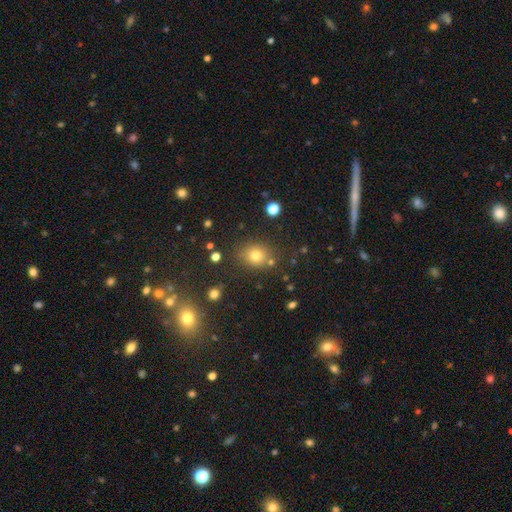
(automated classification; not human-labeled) smooth 75%, star or artifact 17%, featured or disk 8%. Down the decision tree: how rounded — round (67%); merging — none (79%).